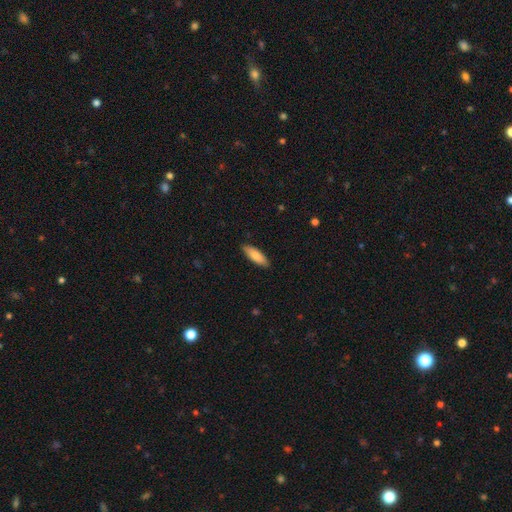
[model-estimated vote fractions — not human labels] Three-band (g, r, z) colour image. It shows a smooth galaxy with no disk features (82%) that is in between round and cigar-shaped (57%). Merging: none (88%).